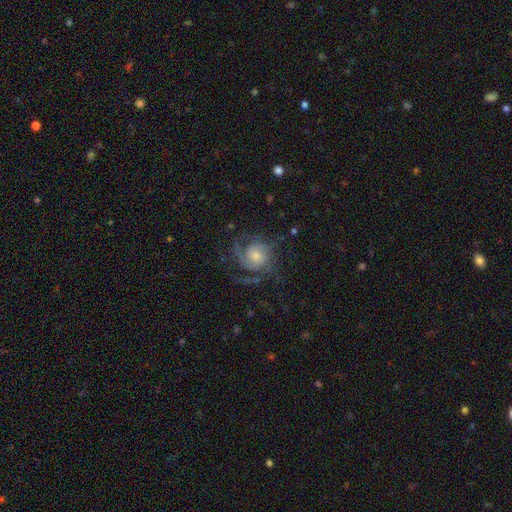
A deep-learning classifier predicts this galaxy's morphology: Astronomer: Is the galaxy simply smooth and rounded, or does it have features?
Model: featured or disk — 82%.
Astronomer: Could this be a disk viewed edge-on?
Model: no — 98%.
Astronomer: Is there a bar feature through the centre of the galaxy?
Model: no — 74%.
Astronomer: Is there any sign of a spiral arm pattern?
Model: yes — 96%.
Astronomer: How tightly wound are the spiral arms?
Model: tight — 48% (runner-up: medium, 39%).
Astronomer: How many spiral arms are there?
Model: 2 — 30% (runner-up: 3, 29%).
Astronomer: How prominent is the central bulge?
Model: moderate — 46% (runner-up: small, 43%).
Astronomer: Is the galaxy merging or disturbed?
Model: none — 68%.